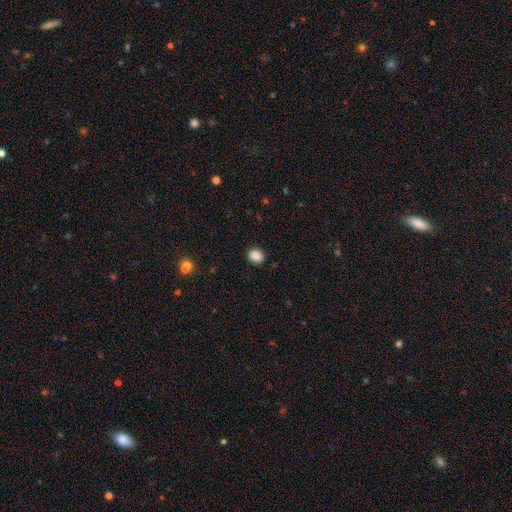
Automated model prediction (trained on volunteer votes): smooth 88%, star or artifact 9%, featured or disk 3%. Down the decision tree: how rounded — round (54%); merging — none (90%).